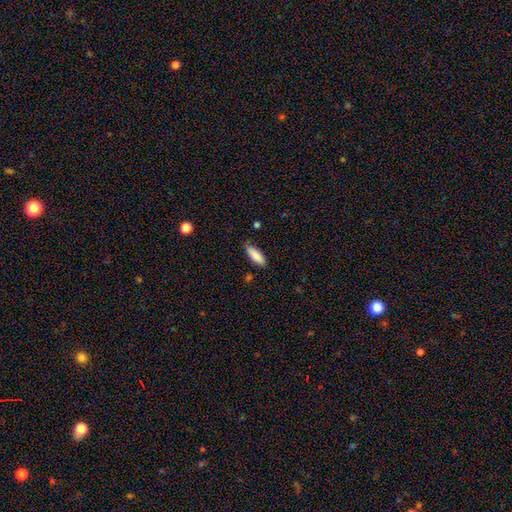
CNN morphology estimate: A smooth galaxy with no disk features (86%) that is in between round and cigar-shaped (62%). Merging: none (79%).